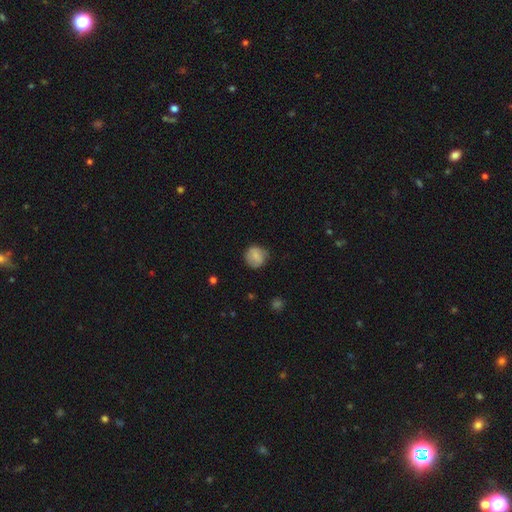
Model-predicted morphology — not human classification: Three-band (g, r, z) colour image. It shows a smooth galaxy with no disk features (79%) that is round (87%). Merging: none (75%).